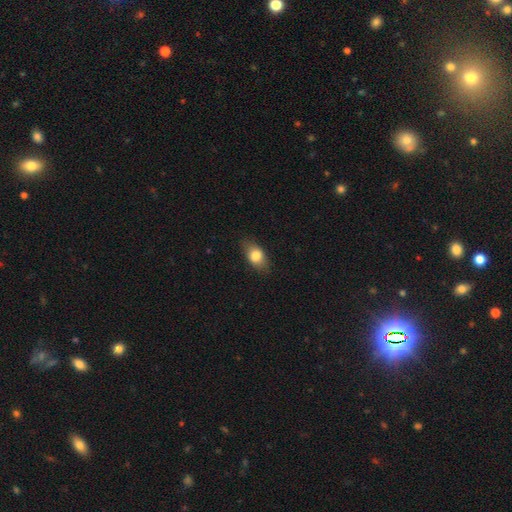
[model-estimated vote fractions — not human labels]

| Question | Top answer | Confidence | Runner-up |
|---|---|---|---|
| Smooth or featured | smooth | 80% | featured or disk (13%) |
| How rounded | in between | 83% | round (13%) |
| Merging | none | 82% | minor disturbance (14%) |